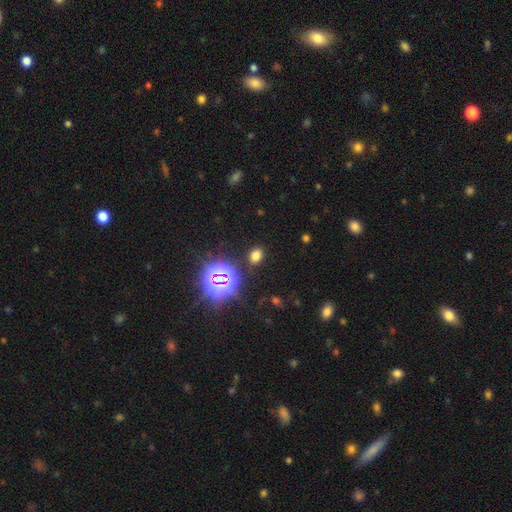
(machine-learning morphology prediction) smooth-or-featured: smooth: 65% | star or artifact: 29% | featured or disk: 6%
  how-rounded: in between: 65% | round: 34% | cigar-shaped: 1%
  merging: none: 86% | minor disturbance: 9% | major disturbance: 3% | merger: 2%